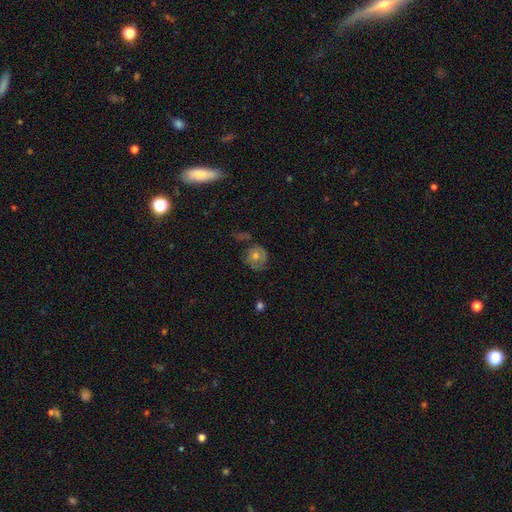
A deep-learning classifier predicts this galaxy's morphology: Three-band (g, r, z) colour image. It shows a smooth galaxy with no disk features (48%). Merging: none (66%).